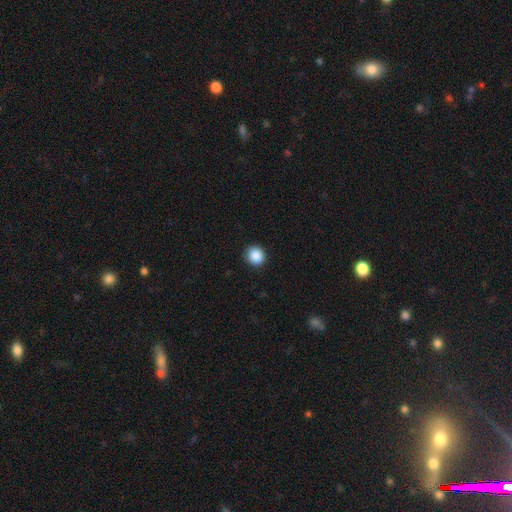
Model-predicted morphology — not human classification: Smooth or featured? Predicted: smooth (p=0.88). How rounded? Predicted: round (p=0.87). Merging? Predicted: none (p=0.91).